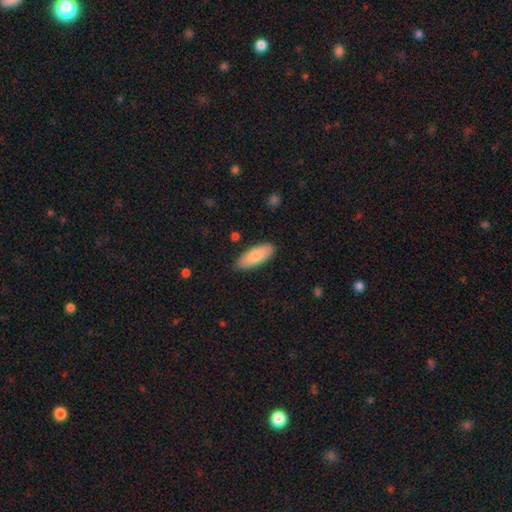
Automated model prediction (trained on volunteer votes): Morphology: type=smooth (82%); roundness=in between (79%); merging=none (84%).